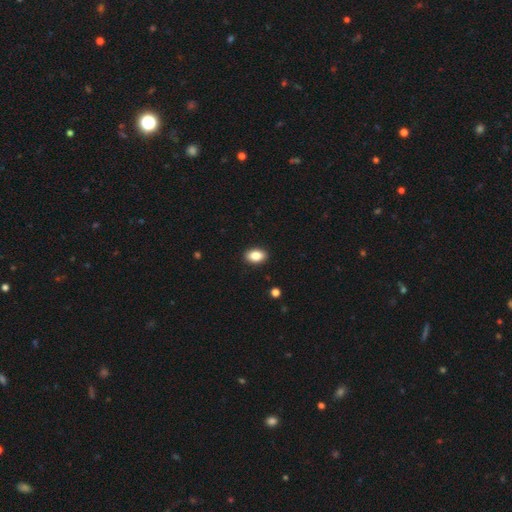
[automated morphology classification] Smooth or featured: smooth — 85% (star or artifact — 8%)
How rounded: in between — 84% (round — 14%)
Merging: none — 90% (minor disturbance — 7%)